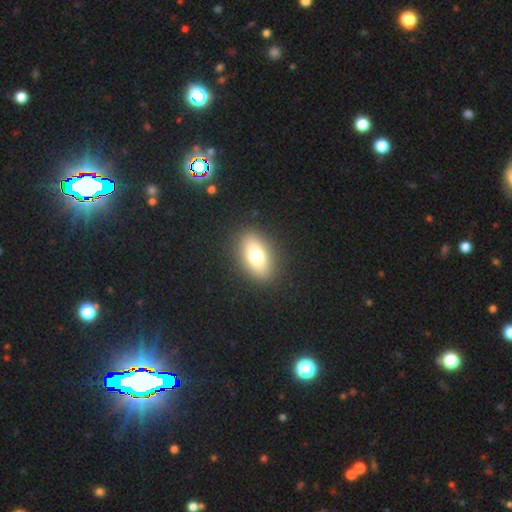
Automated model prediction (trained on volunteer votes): smooth-or-featured: smooth: 72% | featured or disk: 17% | star or artifact: 11%
  how-rounded: in between: 81% | round: 16% | cigar-shaped: 4%
  merging: none: 89% | minor disturbance: 7% | major disturbance: 3% | merger: 1%